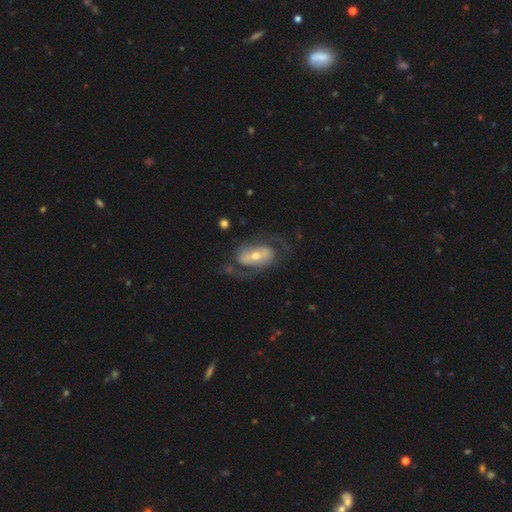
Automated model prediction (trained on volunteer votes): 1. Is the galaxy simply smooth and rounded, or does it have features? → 77% featured or disk, 18% smooth, 6% star or artifact.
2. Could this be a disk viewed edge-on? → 95% no, 5% yes.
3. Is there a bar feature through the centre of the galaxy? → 35% weak, 33% strong, 32% no.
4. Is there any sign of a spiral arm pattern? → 85% yes, 15% no.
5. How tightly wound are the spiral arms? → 47% medium, 34% loose, 19% tight.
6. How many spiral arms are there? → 85% 2, 7% can't tell, 4% 1, 2% 3, 1% 4, 1% more than 4.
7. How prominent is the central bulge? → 55% moderate, 36% small, 6% large, 1% none, 1% dominant.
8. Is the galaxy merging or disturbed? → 60% none, 21% major disturbance, 15% minor disturbance, 3% merger.